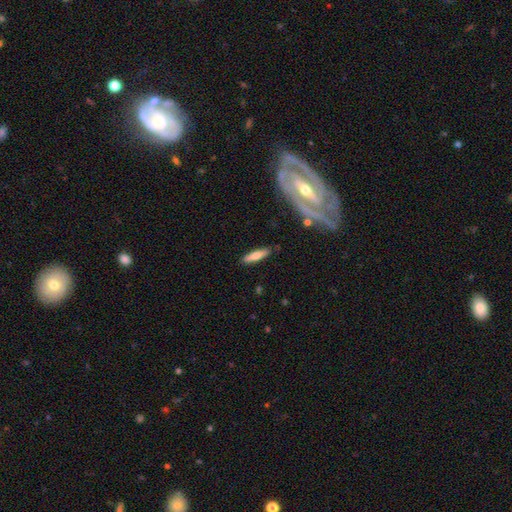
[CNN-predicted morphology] A smooth galaxy with no disk features (66%) that is cigar-shaped (75%).

Vote fractions:
- Smooth or featured? smooth: 66% / featured or disk: 28% / star or artifact: 7%
- How rounded? cigar-shaped: 75% / in between: 24% / round: 2%
- Merging? none: 86% / minor disturbance: 10% / major disturbance: 2% / merger: 2%